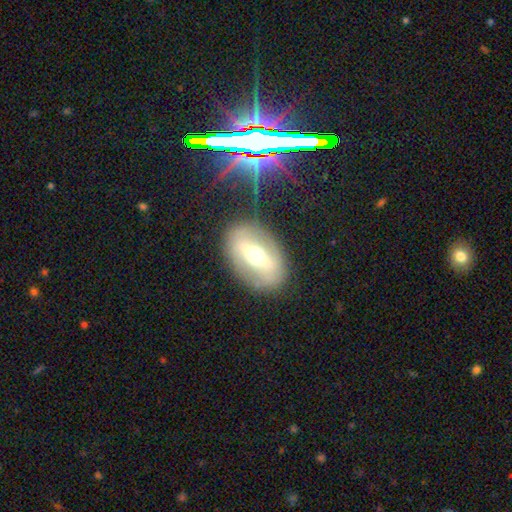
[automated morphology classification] Q: Smooth or featured?
A: featured or disk (61%); runner-up: smooth (29%)
Q: Edge-on disk?
A: no (79%); runner-up: yes (21%)
Q: Merging?
A: none (82%); runner-up: minor disturbance (11%)